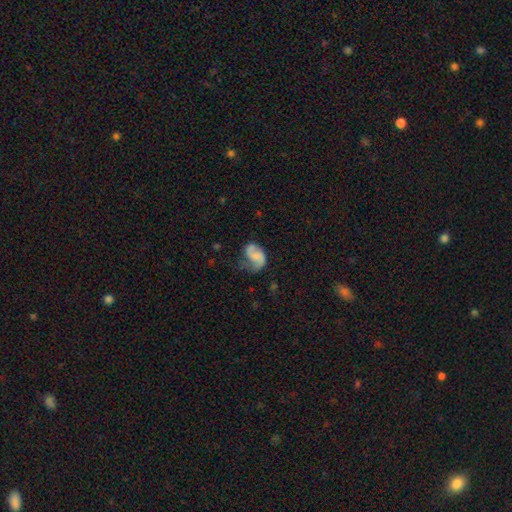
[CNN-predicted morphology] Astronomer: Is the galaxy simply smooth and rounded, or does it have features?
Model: featured or disk — 55% (runner-up: smooth, 37%).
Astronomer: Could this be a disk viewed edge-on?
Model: no — 98%.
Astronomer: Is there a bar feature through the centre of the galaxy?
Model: no — 60%.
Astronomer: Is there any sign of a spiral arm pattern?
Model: yes — 85%.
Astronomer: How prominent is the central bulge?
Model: none — 47% (runner-up: small, 29%).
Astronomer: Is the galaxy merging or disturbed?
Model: none — 39% (runner-up: minor disturbance, 31%).